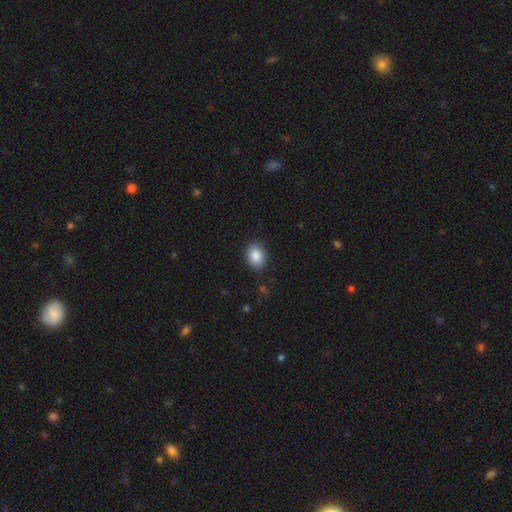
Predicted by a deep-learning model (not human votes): A smooth galaxy with no disk features (87%) that is in between round and cigar-shaped (66%). Merging: none (86%).